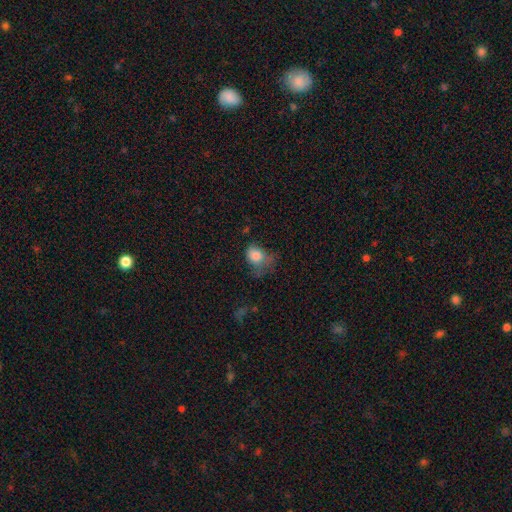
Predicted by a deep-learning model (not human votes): smooth 77%, featured or disk 13%, star or artifact 10%. Down the decision tree: how rounded — in between (55%); merging — major disturbance (37%).